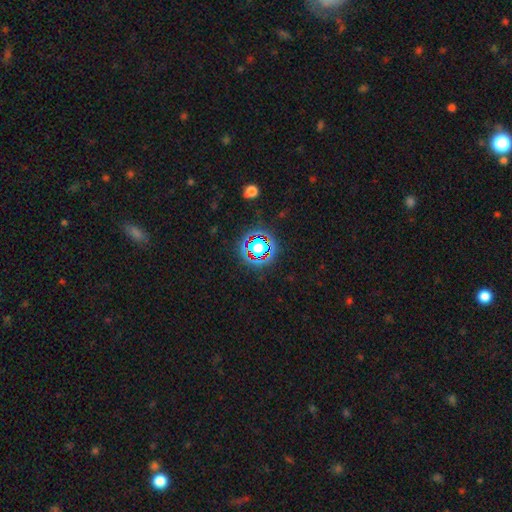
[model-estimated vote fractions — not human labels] Smooth or featured? Predicted: star or artifact (p=0.77).